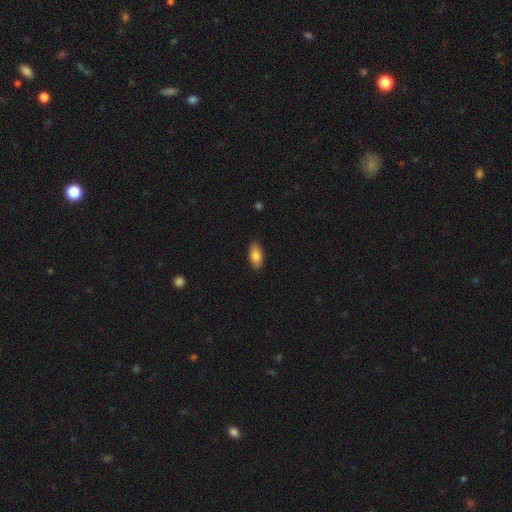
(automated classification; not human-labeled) Smooth or featured? Predicted: smooth (p=0.84). How rounded? Predicted: in between (p=0.92). Merging? Predicted: none (p=0.88).